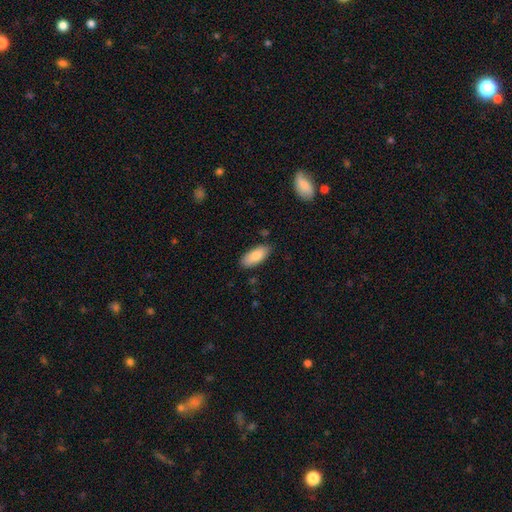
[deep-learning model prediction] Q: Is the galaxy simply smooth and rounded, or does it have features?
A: smooth — 84%.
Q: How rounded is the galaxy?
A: in between — 86%.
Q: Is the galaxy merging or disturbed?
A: none — 84%.